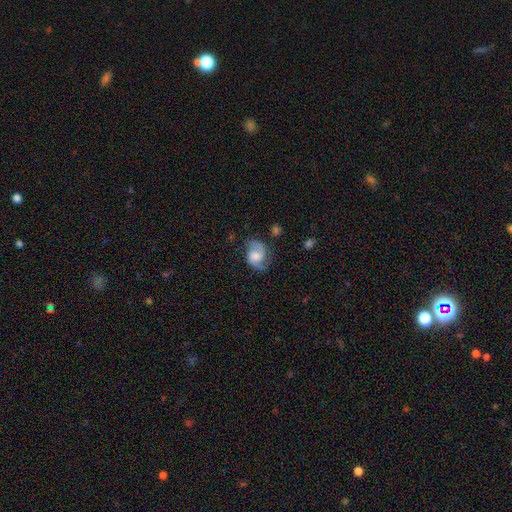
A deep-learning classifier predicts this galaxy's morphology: type=featured or disk (76%); edge-on=no (98%); bar=no (54%); spiral arms=yes (95%); winding=medium (52%); arm count=2 (88%); bulge=moderate (42%); merging=none (69%).